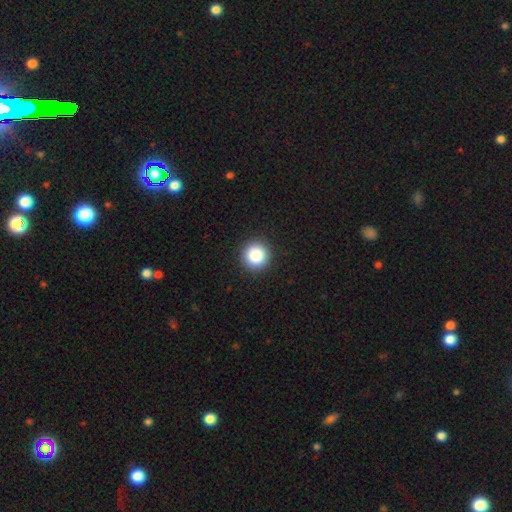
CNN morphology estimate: Smooth or featured? Predicted: smooth (p=0.86). How rounded? Predicted: round (p=0.95). Merging? Predicted: none (p=0.93).